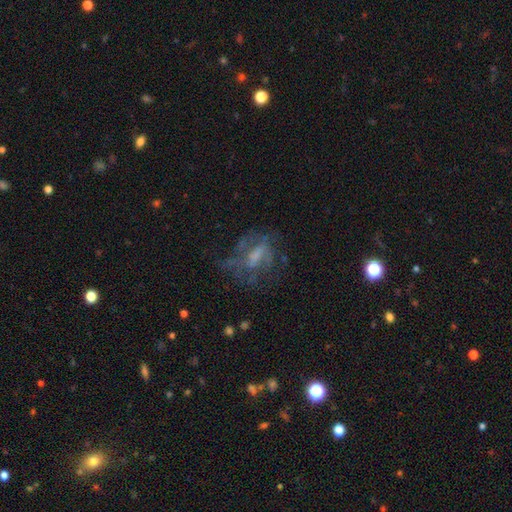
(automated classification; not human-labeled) Smooth or featured? featured or disk (59%)
Edge-on disk? no (93%)
Bar? weak (40%)
Spiral arms? yes (53%)
Bulge size? none (41%)
Merging? none (46%)